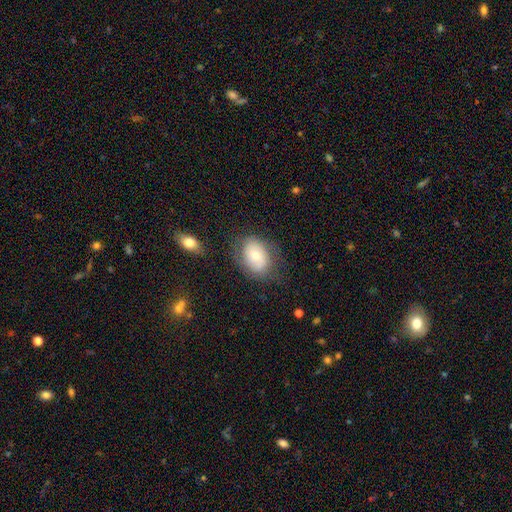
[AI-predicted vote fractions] Morphology: type=smooth (60%); roundness=in between (71%); merging=none (69%).